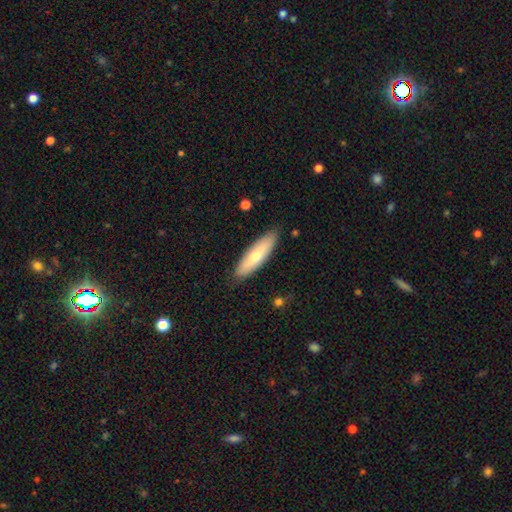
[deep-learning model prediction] Smooth or featured? Predicted: smooth (p=0.66). How rounded? Predicted: cigar-shaped (p=0.60). Merging? Predicted: none (p=0.86).